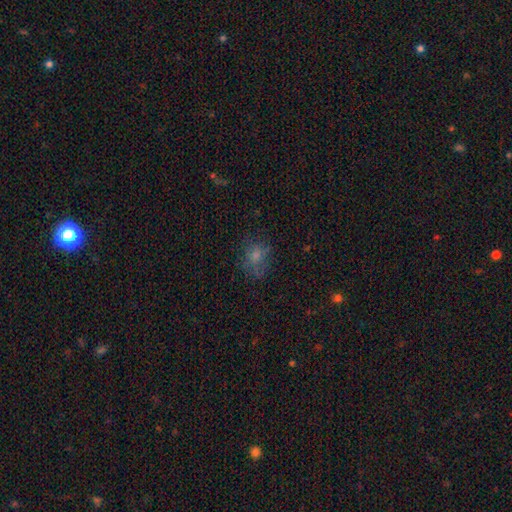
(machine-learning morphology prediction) Smooth or featured: smooth — 59% (star or artifact — 22%)
How rounded: round — 56% (in between — 43%)
Merging: none — 62% (minor disturbance — 21%)